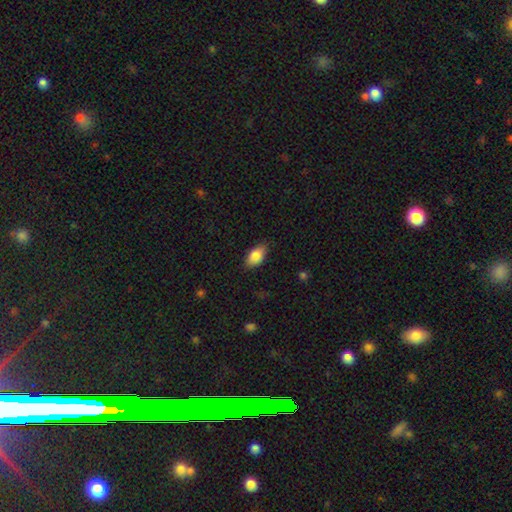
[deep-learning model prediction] Smooth or featured? smooth (84%)
How rounded? in between (91%)
Merging? none (83%)